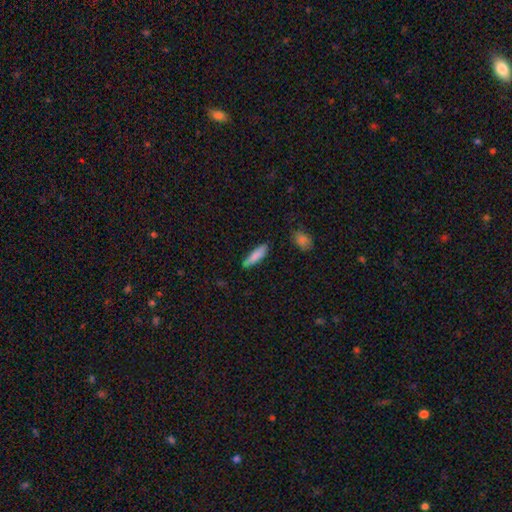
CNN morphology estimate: smooth-or-featured: smooth: 84% | featured or disk: 10% | star or artifact: 6%
  how-rounded: cigar-shaped: 69% | in between: 30% | round: 2%
  merging: none: 79% | minor disturbance: 16% | major disturbance: 3% | merger: 2%